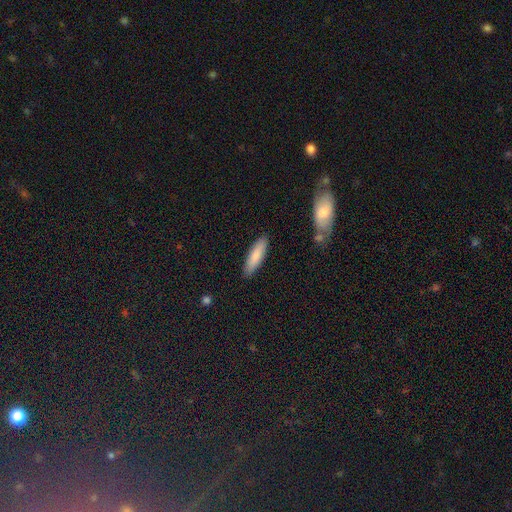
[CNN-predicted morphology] smooth_or_featured: smooth (p=0.80) [alt: featured or disk p=0.15]
how_rounded: cigar-shaped (p=0.66) [alt: in between p=0.33]
merging: none (p=0.87) [alt: minor disturbance p=0.09]